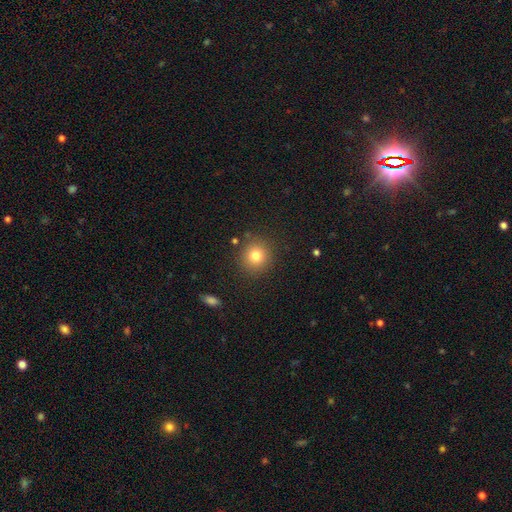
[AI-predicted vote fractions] Smooth or featured?
  - smooth: 79% *
  - star or artifact: 13%
  - featured or disk: 8%
How rounded?
  - round: 91% *
  - in between: 8%
  - cigar-shaped: 1%
Merging?
  - none: 88% *
  - minor disturbance: 7%
  - major disturbance: 3%
  - merger: 2%